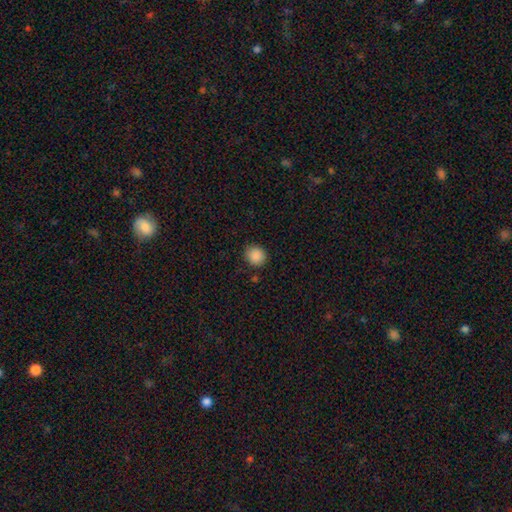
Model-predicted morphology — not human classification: This appears to be a smooth galaxy with no disk features (88%) that is round (86%). Merging: none (87%).